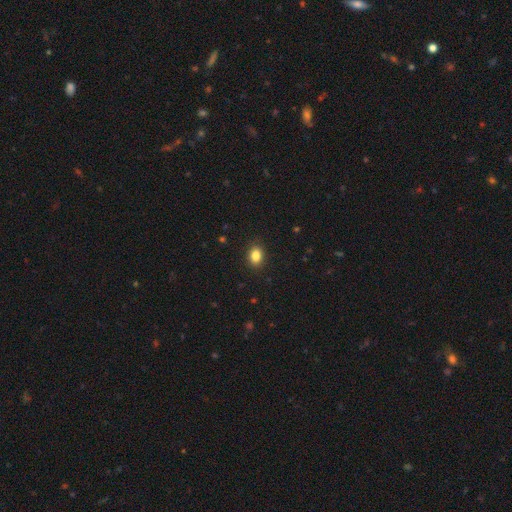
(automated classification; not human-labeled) Q: Smooth or featured?
A: smooth (85%); runner-up: star or artifact (10%)
Q: How rounded?
A: in between (62%); runner-up: round (37%)
Q: Merging?
A: none (89%); runner-up: minor disturbance (8%)